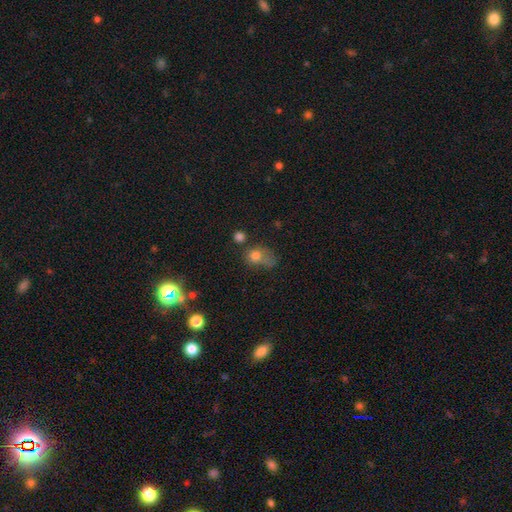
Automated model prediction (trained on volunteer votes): Morphology: type=smooth (56%); roundness=round (52%); merging=none (38%).